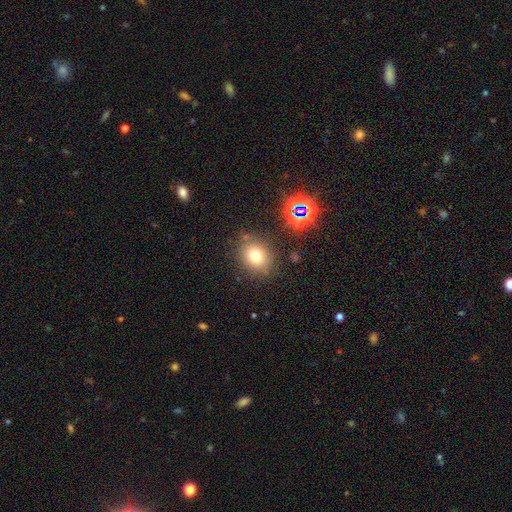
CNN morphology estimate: A smooth galaxy with no disk features (73%) that is round (60%).

Vote fractions:
- Smooth or featured? smooth: 73% / star or artifact: 17% / featured or disk: 10%
- How rounded? round: 60% / in between: 39% / cigar-shaped: 1%
- Merging? none: 79% / minor disturbance: 12% / major disturbance: 4% / merger: 4%